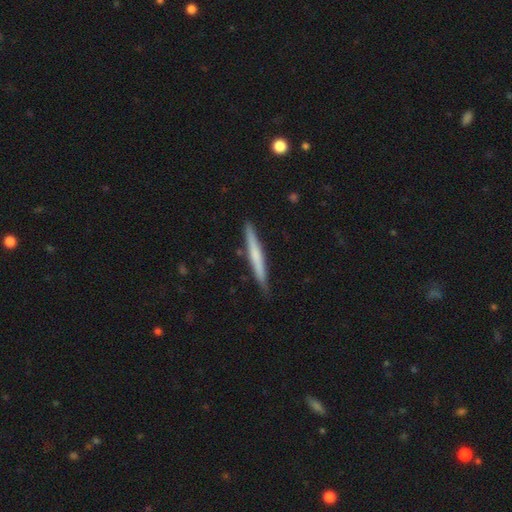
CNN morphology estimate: Smooth or featured? smooth (52%)
How rounded? cigar-shaped (96%)
Merging? none (88%)